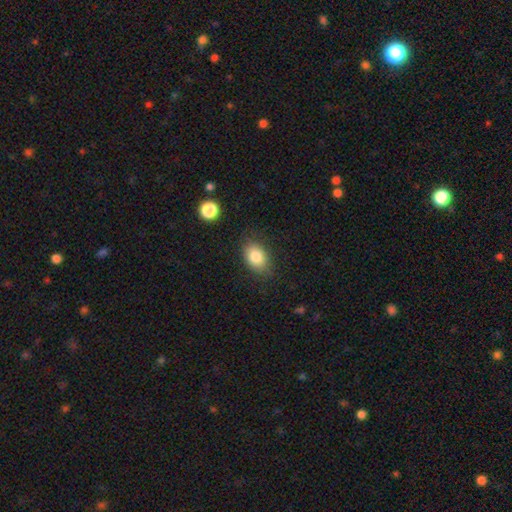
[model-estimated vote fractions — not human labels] Smooth or featured: smooth — 82% (star or artifact — 10%)
How rounded: in between — 78% (round — 20%)
Merging: none — 85% (minor disturbance — 11%)